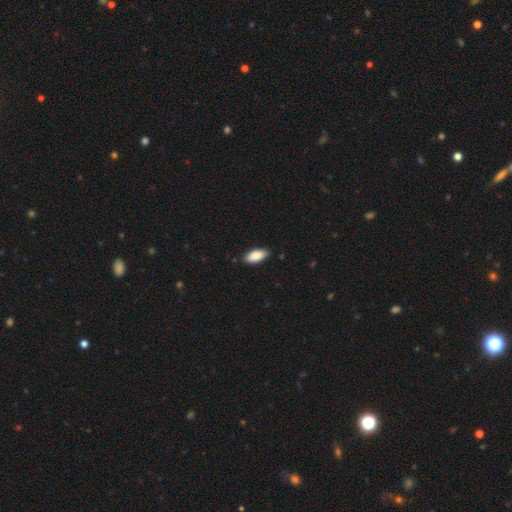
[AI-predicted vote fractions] Smooth or featured: smooth — 87% (featured or disk — 7%)
How rounded: in between — 89% (cigar-shaped — 9%)
Merging: none — 86% (minor disturbance — 11%)